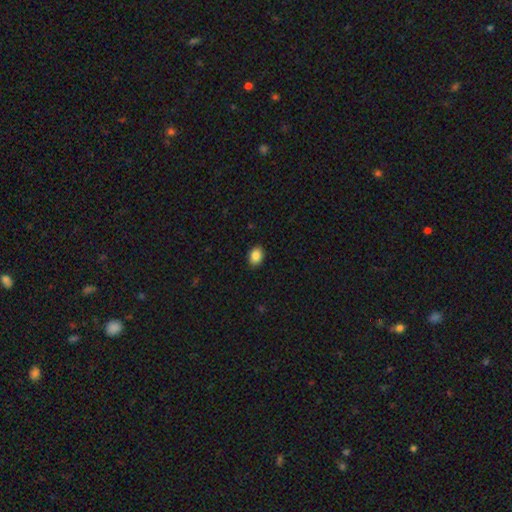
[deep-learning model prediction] This is clearly a smooth galaxy (87%). How rounded: likely in between (68%). Merging: clearly none (88%).